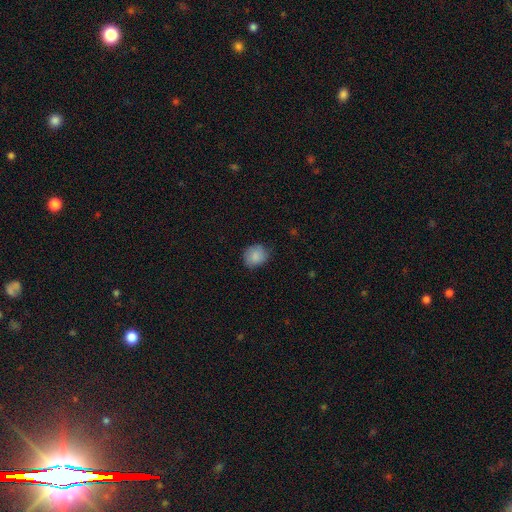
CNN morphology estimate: Q: Smooth or featured?
A: smooth (87%); runner-up: star or artifact (8%)
Q: How rounded?
A: round (69%); runner-up: in between (30%)
Q: Merging?
A: none (77%); runner-up: minor disturbance (19%)